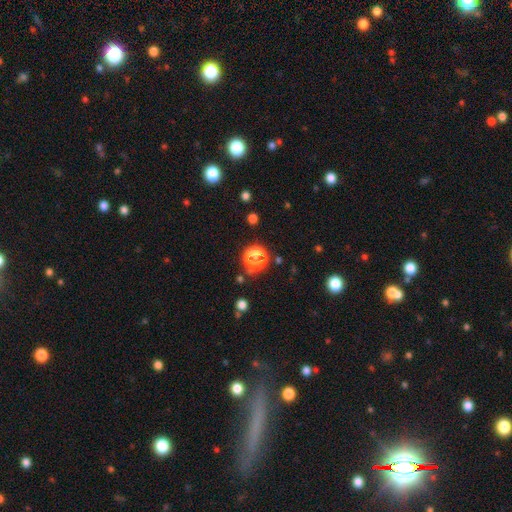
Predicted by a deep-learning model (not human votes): Morphology: type=smooth (64%); roundness=round (88%); merging=none (76%).